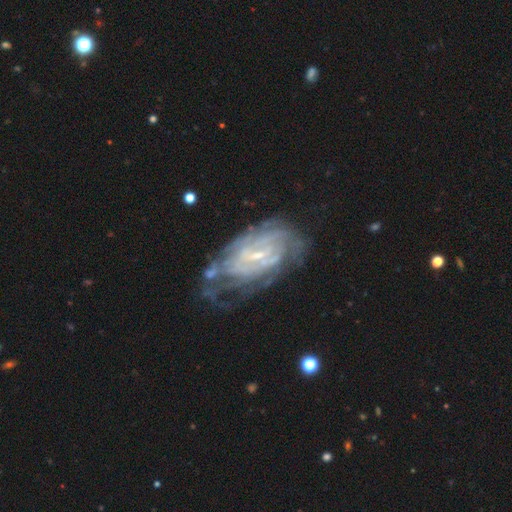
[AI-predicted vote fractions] This appears to be a featured or disk galaxy (82%) with a weak bar (50%), tight (65%) spiral arms (88%) and a small central bulge (75%). Merging: none (50%).